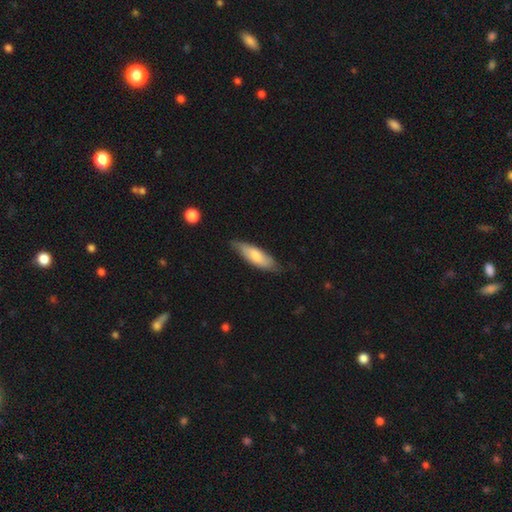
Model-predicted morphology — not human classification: Smooth or featured? smooth (70%)
How rounded? in between (52%)
Merging? none (71%)